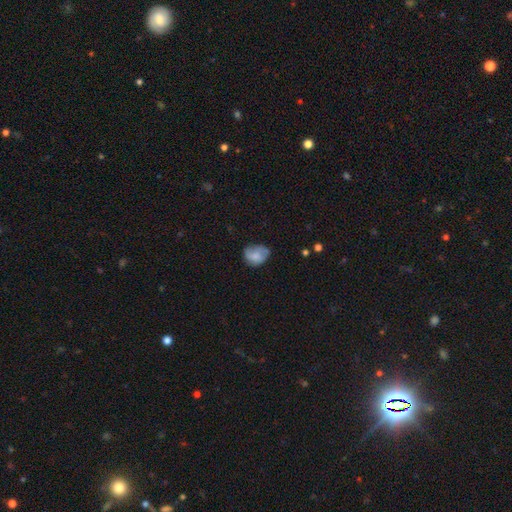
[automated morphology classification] This is likely a smooth galaxy (64%). How rounded: possibly in between (58%). Merging: possibly none (51%).